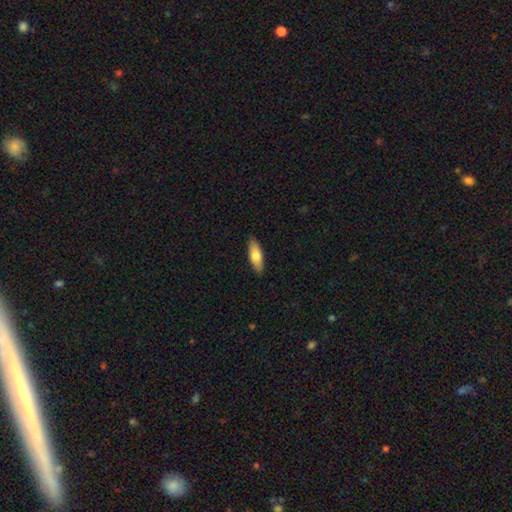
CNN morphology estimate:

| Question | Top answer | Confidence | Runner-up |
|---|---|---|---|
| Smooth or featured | smooth | 70% | featured or disk (25%) |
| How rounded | in between | 59% | cigar-shaped (38%) |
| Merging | none | 89% | minor disturbance (9%) |